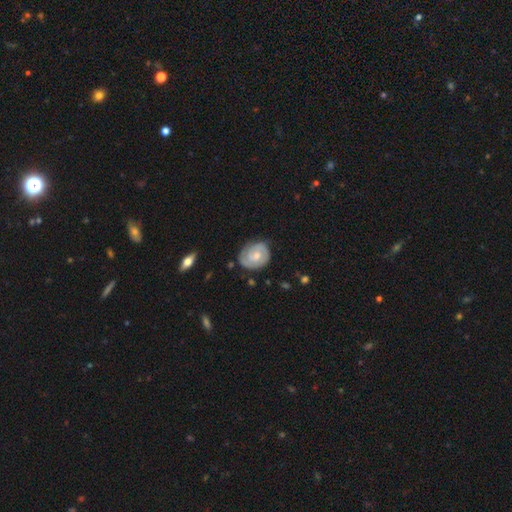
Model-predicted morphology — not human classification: This is possibly a featured or disk galaxy (59%). It is clearly not viewed edge-on (97%). Bar: likely no (70%). Spiral arm pattern: clearly yes (81%). Central bulge: possibly moderate (54%). Merging: likely none (69%).